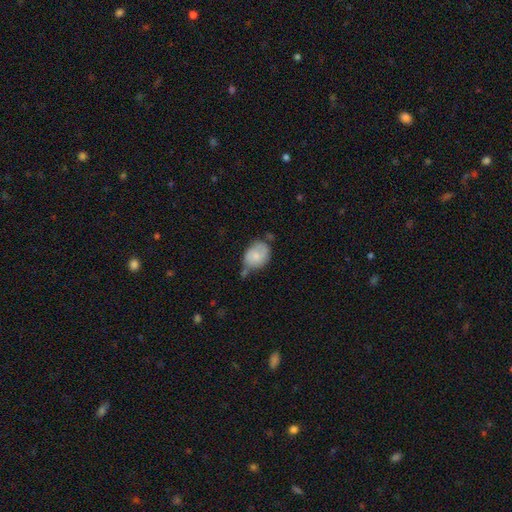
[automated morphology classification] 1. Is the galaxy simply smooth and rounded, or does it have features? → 73% smooth, 20% featured or disk, 7% star or artifact.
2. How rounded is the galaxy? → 65% in between, 34% round, 1% cigar-shaped.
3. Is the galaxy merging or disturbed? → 44% none, 32% minor disturbance, 14% merger, 9% major disturbance.